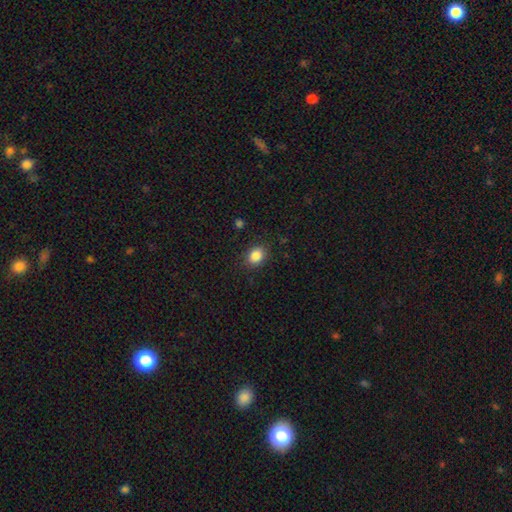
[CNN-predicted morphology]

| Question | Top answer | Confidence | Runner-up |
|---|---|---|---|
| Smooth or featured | smooth | 86% | star or artifact (10%) |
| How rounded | in between | 55% | round (44%) |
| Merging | none | 86% | minor disturbance (10%) |